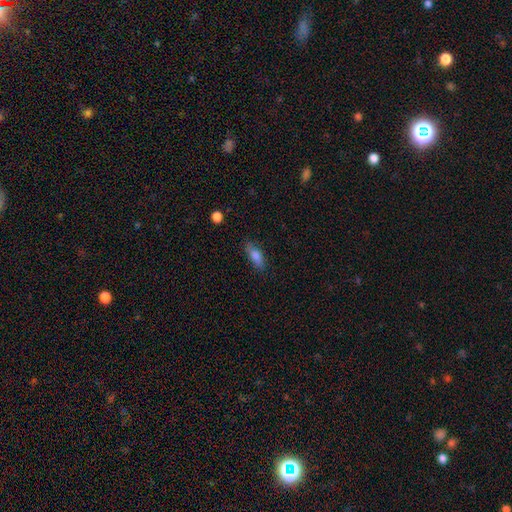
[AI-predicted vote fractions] Morphology: type=smooth (80%); roundness=in between (74%); merging=none (73%).